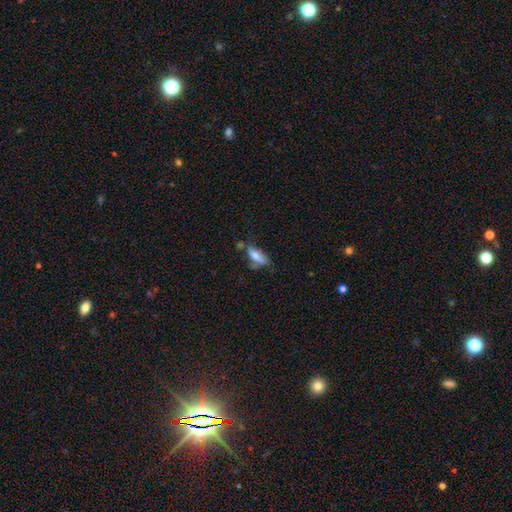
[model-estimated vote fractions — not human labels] The model was most divided on "merging": none: 45%, minor disturbance: 27%, major disturbance: 14%, merger: 13%. More confident: smooth or featured — smooth (63%); how rounded — in between (63%).